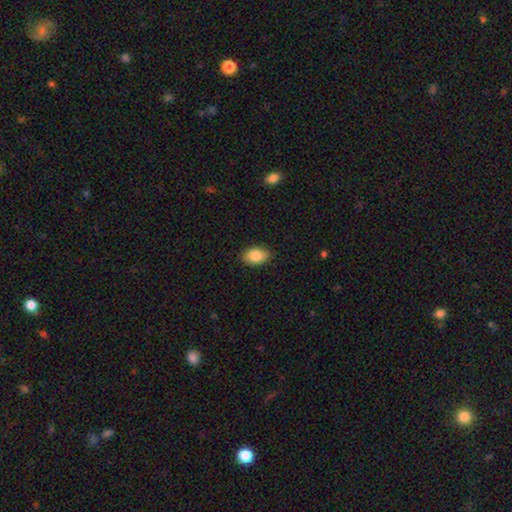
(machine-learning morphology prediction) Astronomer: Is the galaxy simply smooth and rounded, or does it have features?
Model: smooth — 87%.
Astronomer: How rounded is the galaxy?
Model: in between — 87%.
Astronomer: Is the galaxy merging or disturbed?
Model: none — 87%.